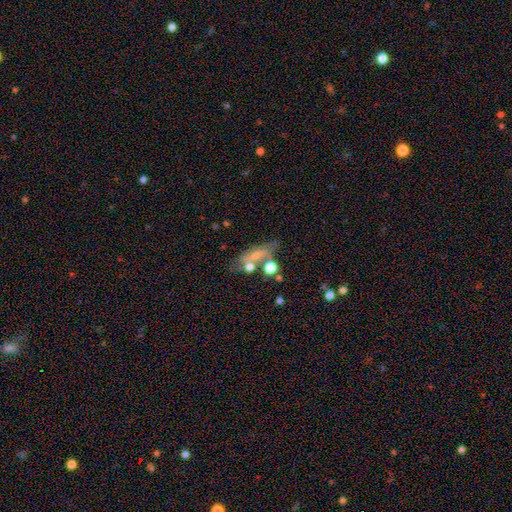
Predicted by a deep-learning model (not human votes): This is possibly a smooth galaxy (46%). Merging: marginally none (43%).